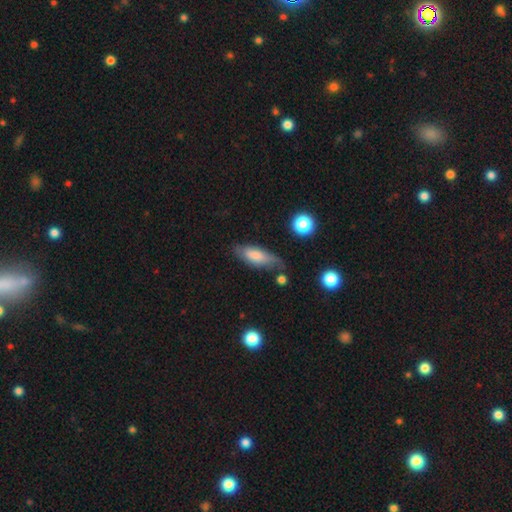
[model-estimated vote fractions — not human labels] Smooth or featured: smooth — 66% (featured or disk — 26%)
How rounded: in between — 70% (cigar-shaped — 27%)
Merging: none — 56% (minor disturbance — 29%)